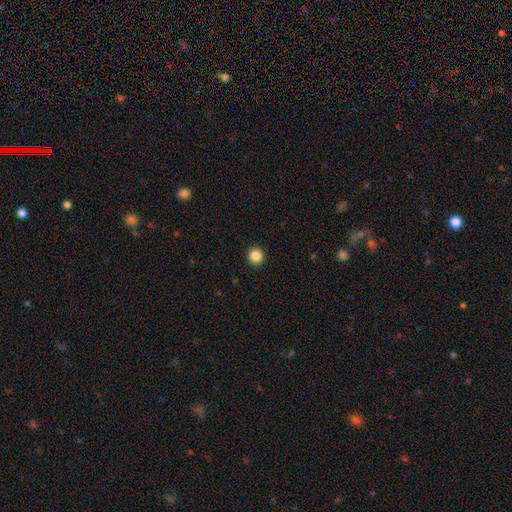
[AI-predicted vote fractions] Smooth or featured: smooth — 86% (star or artifact — 10%)
How rounded: round — 94% (in between — 5%)
Merging: none — 94% (minor disturbance — 4%)